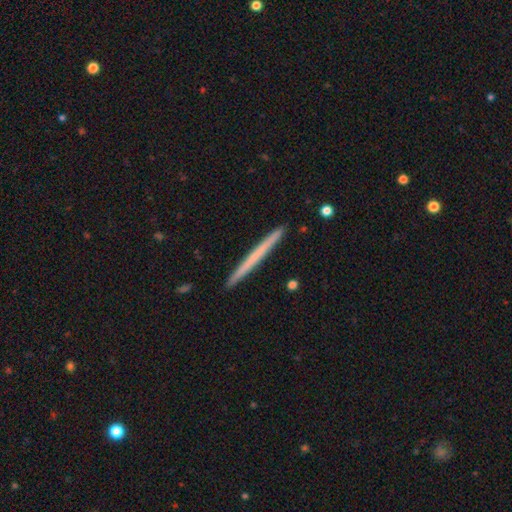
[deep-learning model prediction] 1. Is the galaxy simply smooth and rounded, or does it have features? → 49% smooth, 45% featured or disk, 5% star or artifact.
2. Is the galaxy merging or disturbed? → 93% none, 5% minor disturbance, 1% merger, 1% major disturbance.